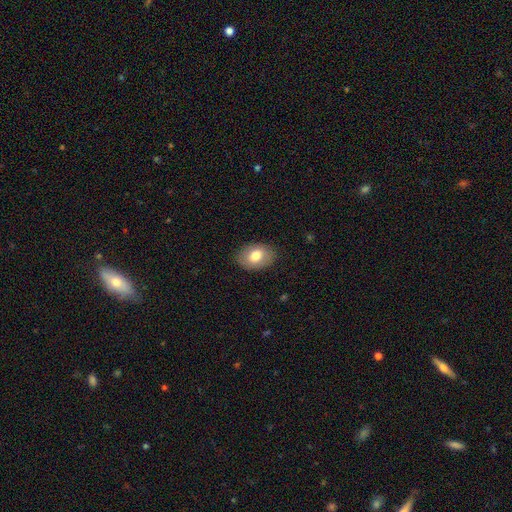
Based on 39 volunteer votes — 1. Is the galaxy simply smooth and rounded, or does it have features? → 74% smooth, 18% featured or disk, 8% star or artifact.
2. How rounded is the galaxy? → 72% in between, 28% round, 0% cigar-shaped.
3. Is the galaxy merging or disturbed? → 94% none, 3% minor disturbance, 3% major disturbance, 0% merger.